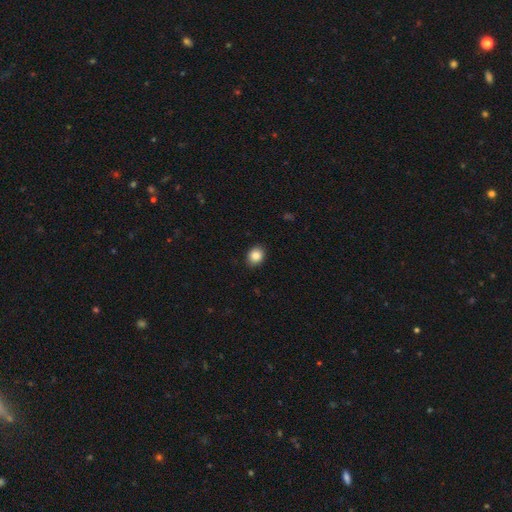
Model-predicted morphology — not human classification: The model was most divided on "how rounded": round: 51%, in between: 48%, cigar-shaped: 1%. More confident: merging — none (89%); smooth or featured — smooth (86%).